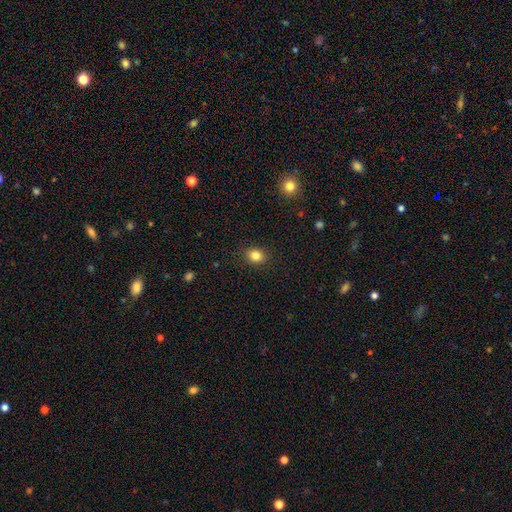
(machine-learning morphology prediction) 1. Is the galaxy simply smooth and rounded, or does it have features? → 83% smooth, 11% star or artifact, 6% featured or disk.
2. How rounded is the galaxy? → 54% round, 45% in between, 1% cigar-shaped.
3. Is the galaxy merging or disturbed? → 88% none, 9% minor disturbance, 2% major disturbance, 1% merger.